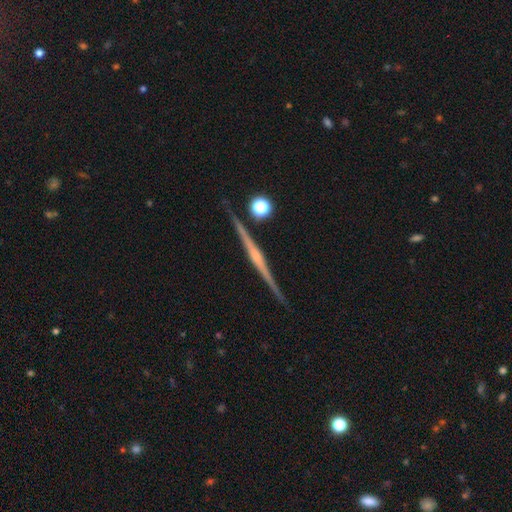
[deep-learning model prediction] Overall: featured or disk (84%). Edge-on disk: yes (98%). Edge-on bulge: rounded (59%; none 24%). Merging: none (91%).